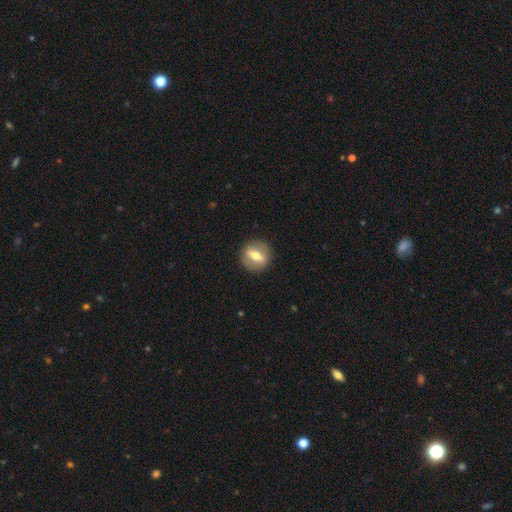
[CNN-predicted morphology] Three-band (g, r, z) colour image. It shows a featured or disk galaxy (49%). Merging: none (89%).